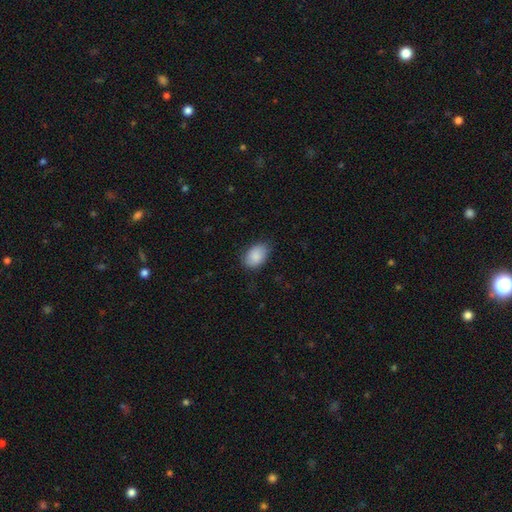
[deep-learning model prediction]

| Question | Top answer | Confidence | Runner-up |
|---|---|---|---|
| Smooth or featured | smooth | 87% | featured or disk (7%) |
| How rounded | in between | 85% | round (13%) |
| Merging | none | 76% | minor disturbance (19%) |